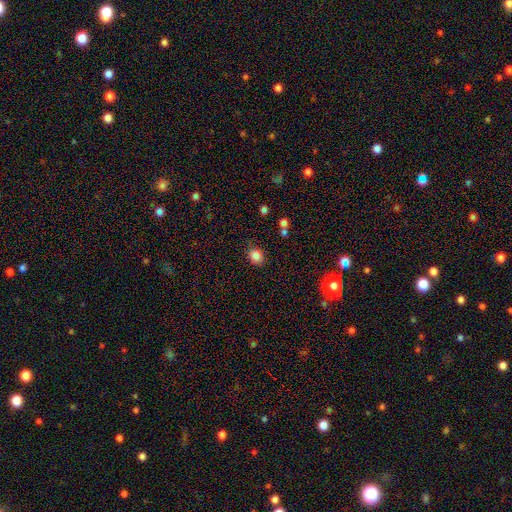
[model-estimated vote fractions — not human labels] A smooth galaxy with no disk features (84%) that is round (56%). Merging: none (82%).